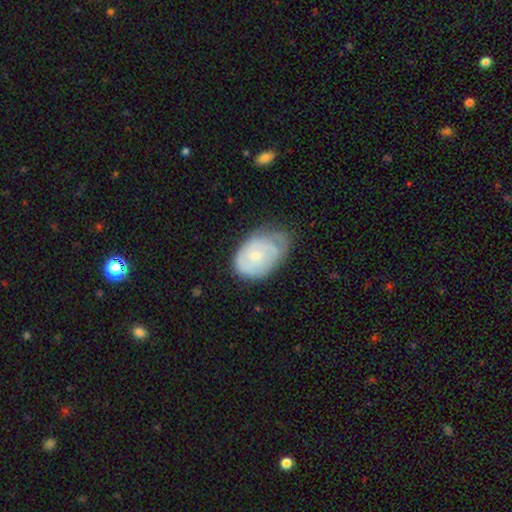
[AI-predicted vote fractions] A featured or disk galaxy (49%).

Vote fractions:
- Smooth or featured? featured or disk: 49% / smooth: 45% / star or artifact: 6%
- Merging? none: 47% / minor disturbance: 38% / major disturbance: 14% / merger: 2%